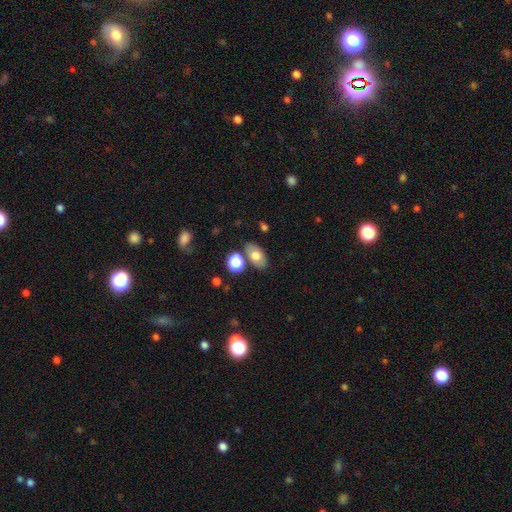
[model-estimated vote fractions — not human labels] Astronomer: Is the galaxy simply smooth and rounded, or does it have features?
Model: smooth — 71%.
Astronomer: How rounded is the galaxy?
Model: in between — 88%.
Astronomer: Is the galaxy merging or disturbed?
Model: none — 74%.